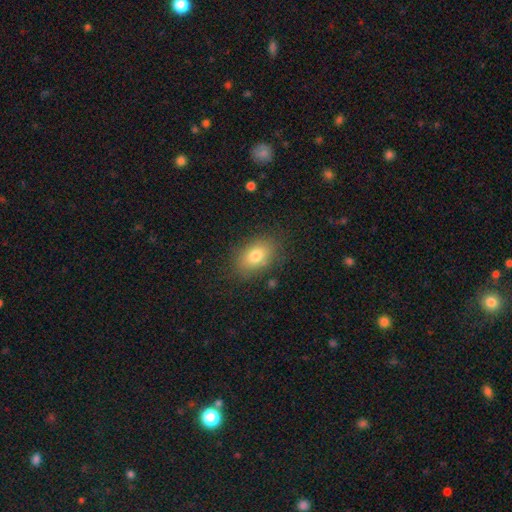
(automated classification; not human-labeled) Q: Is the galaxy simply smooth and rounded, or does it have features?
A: smooth — 79%.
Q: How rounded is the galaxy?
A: in between — 84%.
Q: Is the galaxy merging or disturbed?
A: none — 83%.